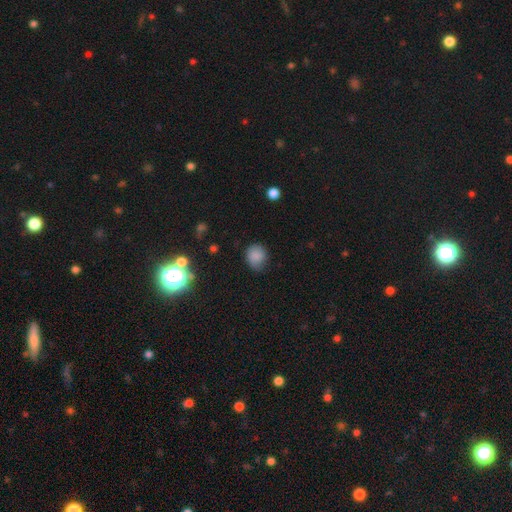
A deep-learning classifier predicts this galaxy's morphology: Smooth or featured? Predicted: smooth (p=0.82). How rounded? Predicted: round (p=0.75). Merging? Predicted: none (p=0.68).